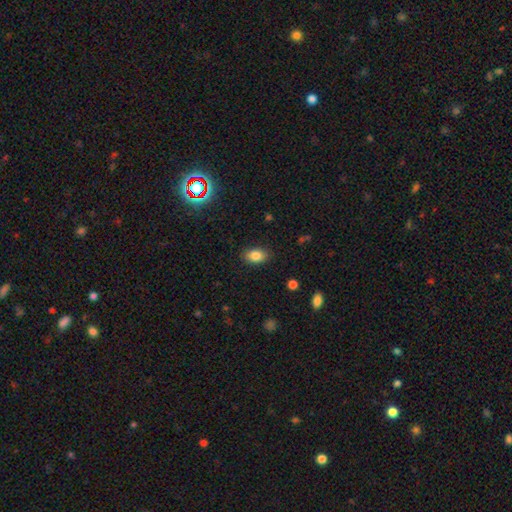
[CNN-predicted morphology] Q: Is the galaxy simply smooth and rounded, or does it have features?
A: smooth — 84%.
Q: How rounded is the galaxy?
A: in between — 84%.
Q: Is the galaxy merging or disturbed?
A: none — 86%.